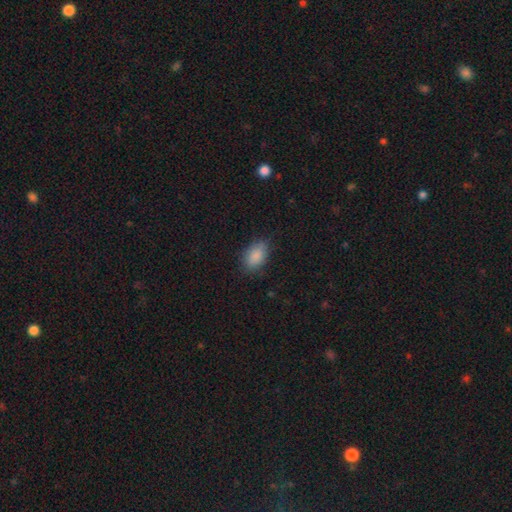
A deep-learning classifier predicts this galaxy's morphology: A smooth galaxy with no disk features (87%) that is in between round and cigar-shaped (88%). Merging: none (79%).